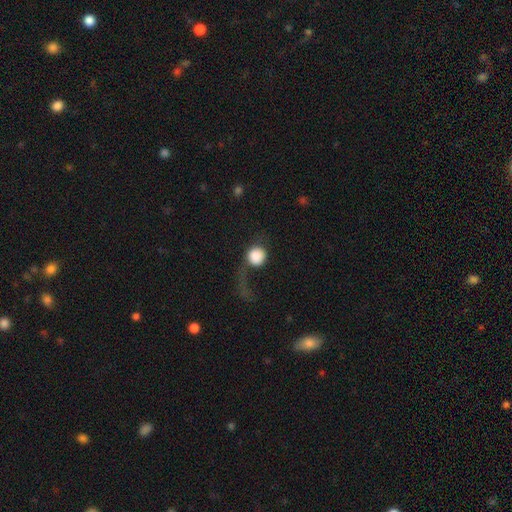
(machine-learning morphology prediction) Smooth or featured?
  - smooth: 80% *
  - featured or disk: 12%
  - star or artifact: 8%
How rounded?
  - round: 89% *
  - in between: 10%
  - cigar-shaped: 1%
Merging?
  - major disturbance: 46% *
  - none: 32%
  - minor disturbance: 16%
  - merger: 5%